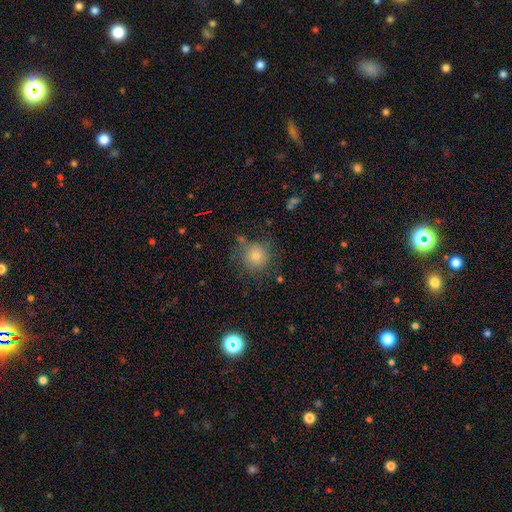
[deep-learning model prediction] A smooth galaxy with no disk features (72%) that is round (93%).

Vote fractions:
- Smooth or featured? smooth: 72% / star or artifact: 17% / featured or disk: 11%
- How rounded? round: 93% / in between: 6% / cigar-shaped: 1%
- Merging? none: 80% / minor disturbance: 12% / major disturbance: 4% / merger: 4%